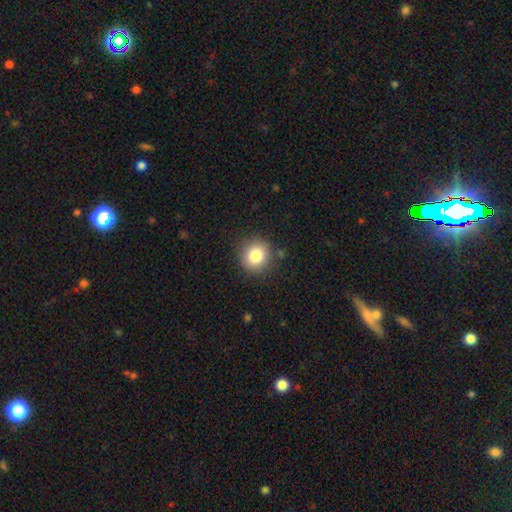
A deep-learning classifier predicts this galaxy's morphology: Smooth or featured?
  - smooth: 83% *
  - star or artifact: 10%
  - featured or disk: 7%
How rounded?
  - round: 89% *
  - in between: 10%
  - cigar-shaped: 1%
Merging?
  - none: 87% *
  - minor disturbance: 8%
  - major disturbance: 3%
  - merger: 2%